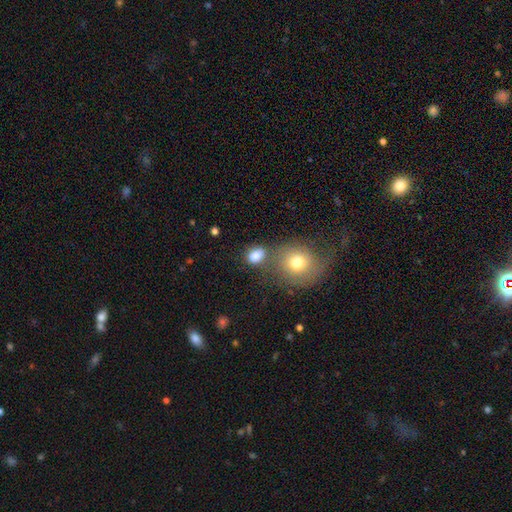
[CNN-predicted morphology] smooth 82%, star or artifact 10%, featured or disk 8%. Down the decision tree: how rounded — in between (59%); merging — none (57%).